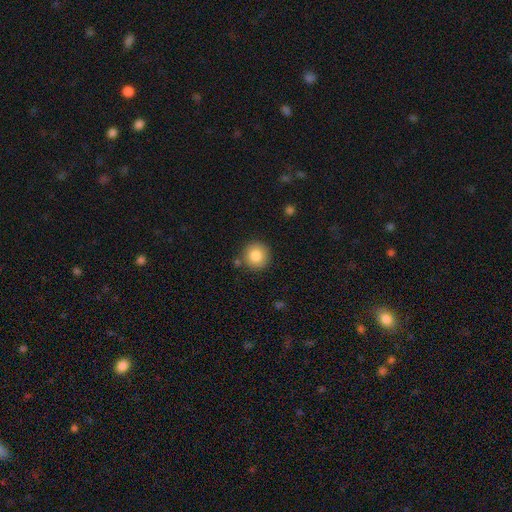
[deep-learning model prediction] Smooth or featured: smooth — 83% (star or artifact — 9%)
How rounded: round — 94% (in between — 5%)
Merging: none — 85% (minor disturbance — 8%)